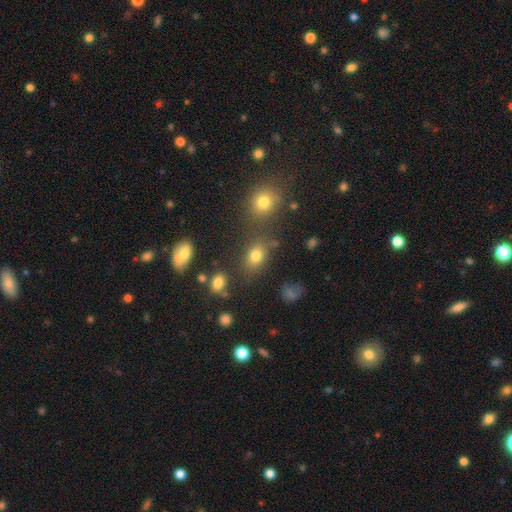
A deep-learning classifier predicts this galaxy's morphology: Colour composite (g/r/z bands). It shows a smooth galaxy with no disk features (77%) that is in between round and cigar-shaped (68%). Merging: none (70%).